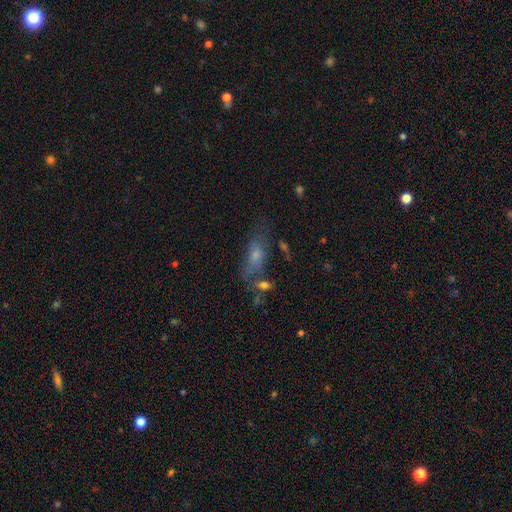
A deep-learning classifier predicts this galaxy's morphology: type=smooth (57%); roundness=in between (64%); merging=none (49%).